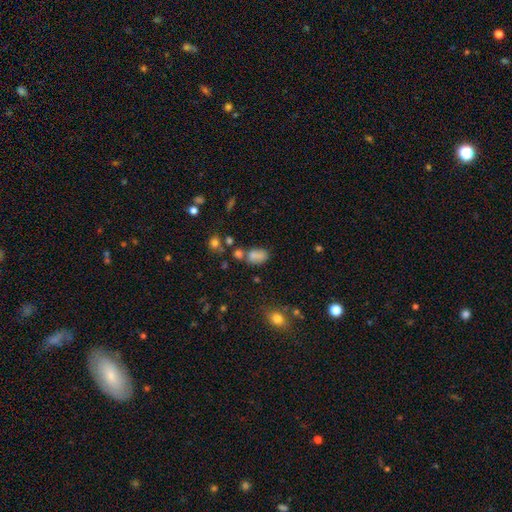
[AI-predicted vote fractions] A smooth galaxy with no disk features (77%) that is in between round and cigar-shaped (83%). Merging: none (48%).